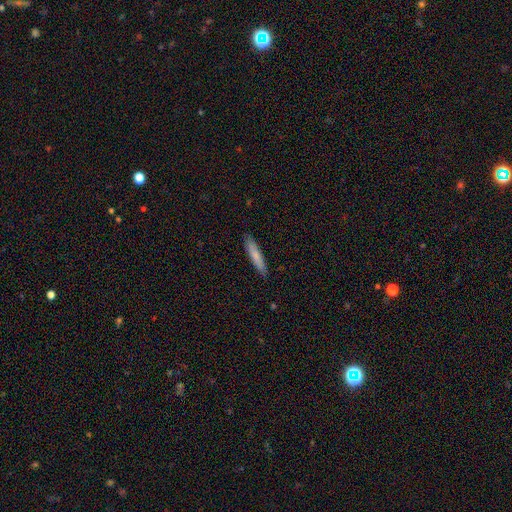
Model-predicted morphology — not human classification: The model was most divided on "smooth or featured": smooth: 75%, featured or disk: 19%, star or artifact: 6%. More confident: how rounded — cigar-shaped (90%); merging — none (89%).